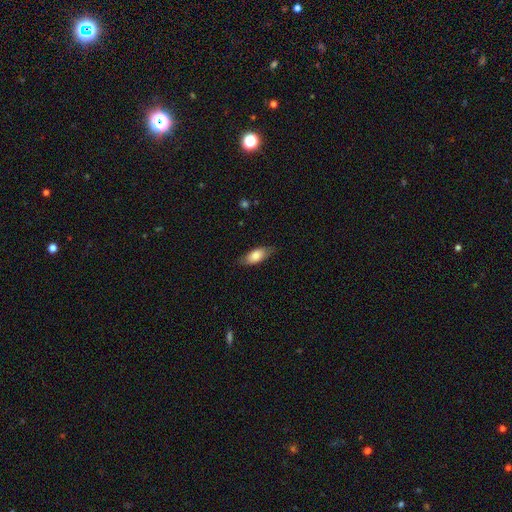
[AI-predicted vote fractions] A smooth galaxy with no disk features (76%) that is in between round and cigar-shaped (81%).

Vote fractions:
- Smooth or featured? smooth: 76% / featured or disk: 17% / star or artifact: 6%
- How rounded? in between: 81% / cigar-shaped: 16% / round: 3%
- Merging? none: 78% / minor disturbance: 17% / major disturbance: 4% / merger: 1%